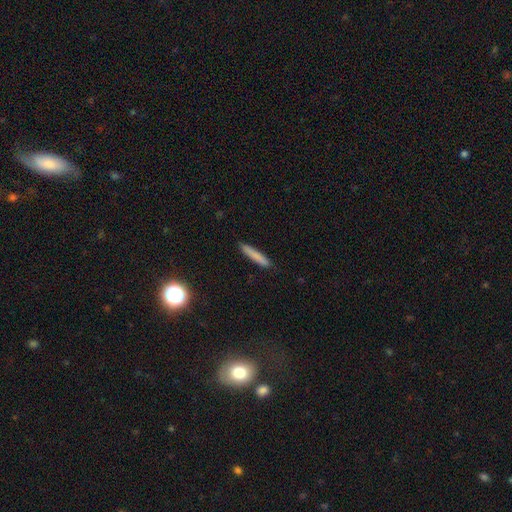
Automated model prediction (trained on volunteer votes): A smooth galaxy with no disk features (80%) that is cigar-shaped (94%). Merging: none (88%).